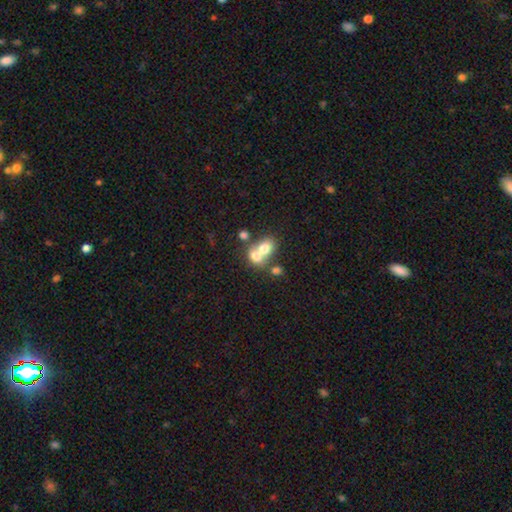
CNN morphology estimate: Q: Smooth or featured?
A: smooth (69%); runner-up: featured or disk (20%)
Q: How rounded?
A: round (51%); runner-up: in between (48%)
Q: Merging?
A: merger (67%); runner-up: none (23%)